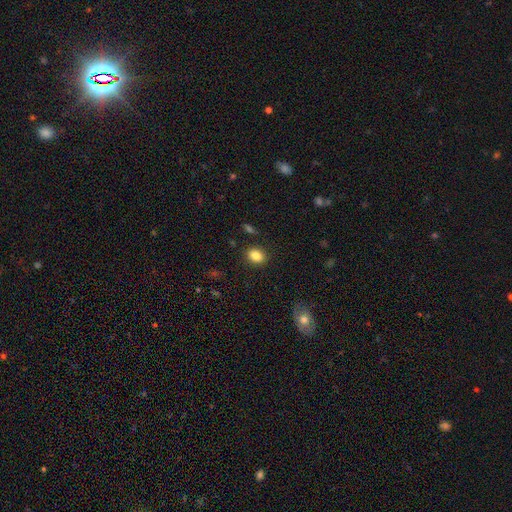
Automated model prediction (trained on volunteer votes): smooth 85%, star or artifact 9%, featured or disk 6%. Down the decision tree: how rounded — in between (60%); merging — none (87%).